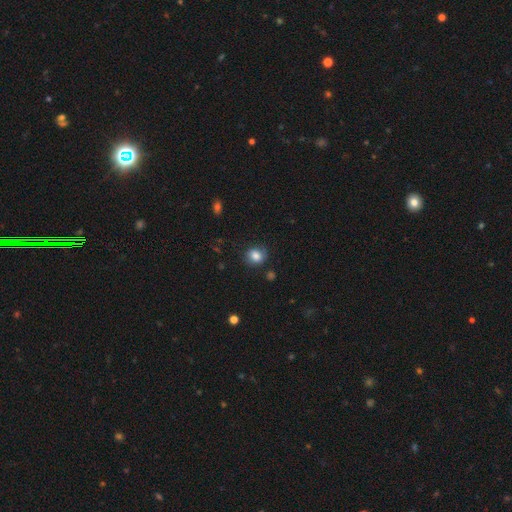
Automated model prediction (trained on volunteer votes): The model was most divided on "how rounded": round: 74%, in between: 26%, cigar-shaped: 1%. More confident: smooth or featured — smooth (80%); merging — none (77%).